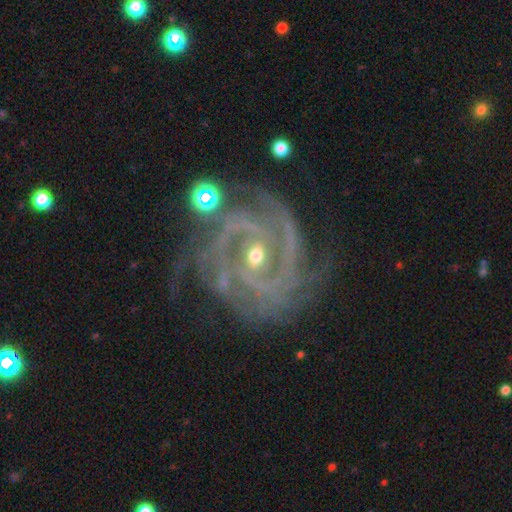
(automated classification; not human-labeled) Q: Smooth or featured?
A: featured or disk (93%); runner-up: star or artifact (5%)
Q: Edge-on disk?
A: no (97%); runner-up: yes (3%)
Q: Bar?
A: weak (37%); runner-up: no (33%)
Q: Spiral arms?
A: yes (99%); runner-up: no (1%)
Q: Spiral winding?
A: tight (68%); runner-up: medium (28%)
Q: Spiral arm count?
A: 3 (32%); runner-up: 2 (28%)
Q: Bulge size?
A: small (61%); runner-up: moderate (36%)
Q: Merging?
A: none (69%); runner-up: minor disturbance (19%)